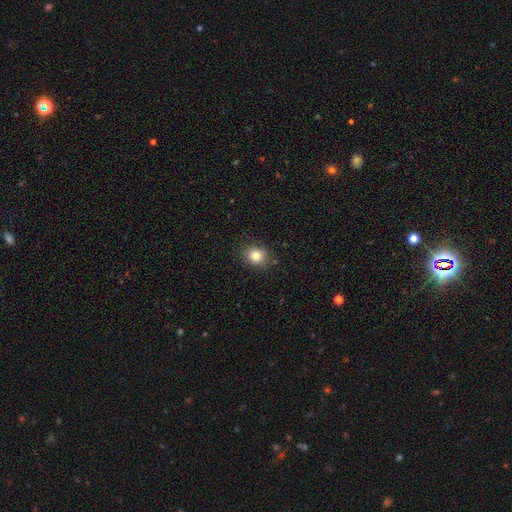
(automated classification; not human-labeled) smooth_or_featured: smooth (p=0.80) [alt: star or artifact p=0.11]
how_rounded: round (p=0.64) [alt: in between p=0.35]
merging: none (p=0.85) [alt: minor disturbance p=0.11]